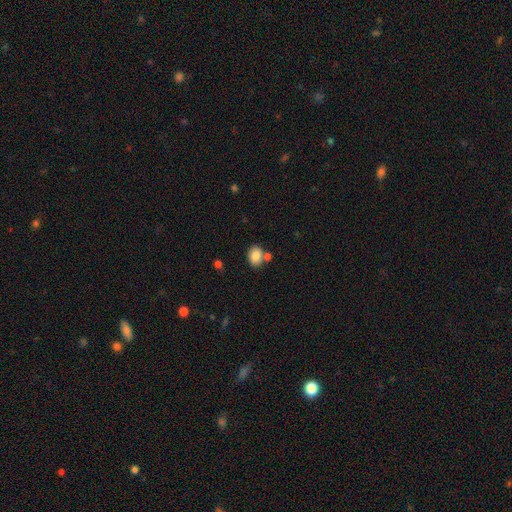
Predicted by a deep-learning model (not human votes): Q: Smooth or featured?
A: smooth (84%); runner-up: star or artifact (9%)
Q: How rounded?
A: in between (68%); runner-up: round (31%)
Q: Merging?
A: none (67%); runner-up: merger (18%)